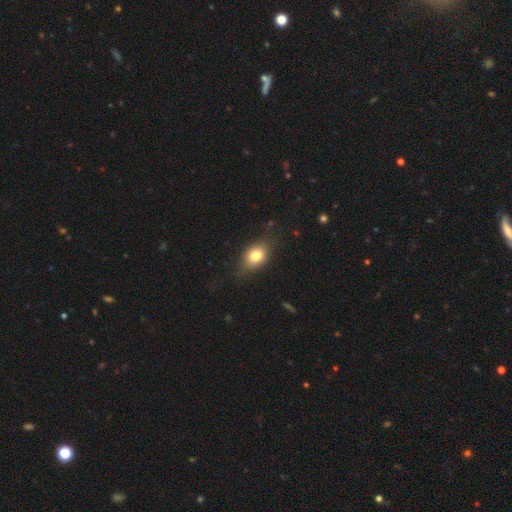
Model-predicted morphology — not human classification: Overall: smooth (74%). How rounded: in between (66%; round 31%). Merging: none (71%).